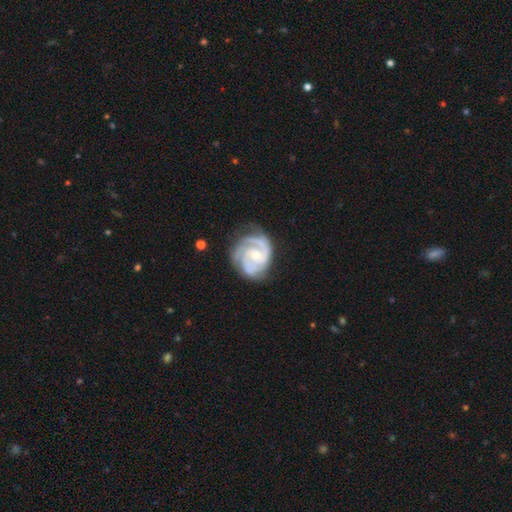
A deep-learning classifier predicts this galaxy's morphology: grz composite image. It shows a featured or disk galaxy (90%) with no bar (60%), 2 (43%) tight (62%) spiral arms (98%) and a moderate central bulge (53%). Merging: none (66%).